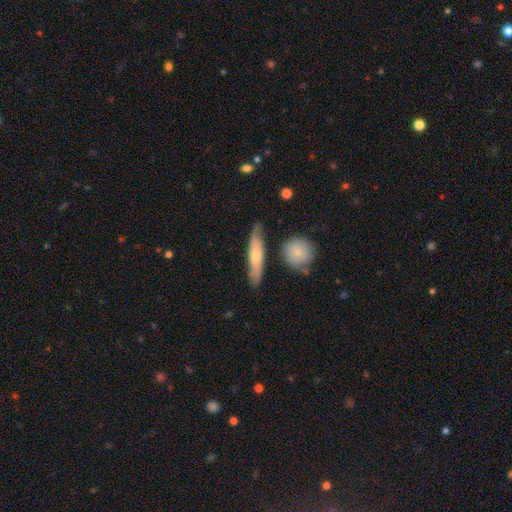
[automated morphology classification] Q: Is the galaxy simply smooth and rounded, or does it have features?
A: smooth — 54%.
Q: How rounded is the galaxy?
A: cigar-shaped — 75%.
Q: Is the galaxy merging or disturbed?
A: none — 74%.